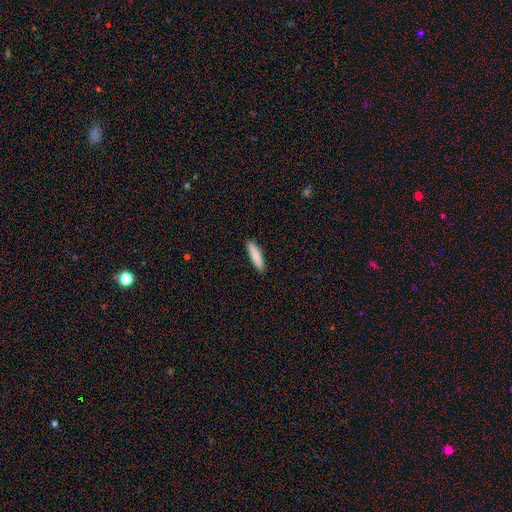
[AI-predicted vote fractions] Smooth or featured?
  - smooth: 87% *
  - featured or disk: 8%
  - star or artifact: 5%
How rounded?
  - cigar-shaped: 77% *
  - in between: 22%
  - round: 1%
Merging?
  - none: 91% *
  - minor disturbance: 7%
  - major disturbance: 1%
  - merger: 1%